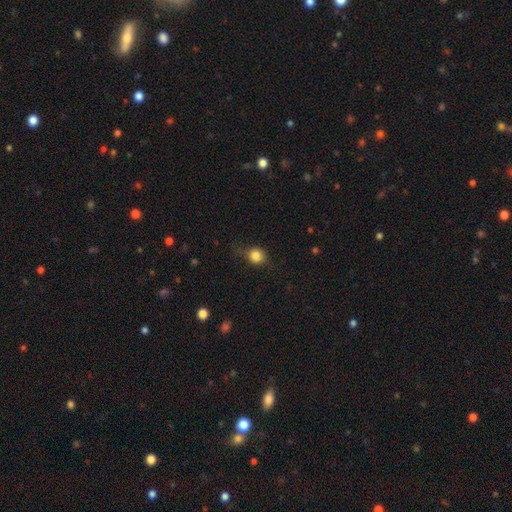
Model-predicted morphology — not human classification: The model was most divided on "merging": none: 68%, minor disturbance: 23%, major disturbance: 8%, merger: 1%. More confident: how rounded — round (83%); smooth or featured — smooth (81%).